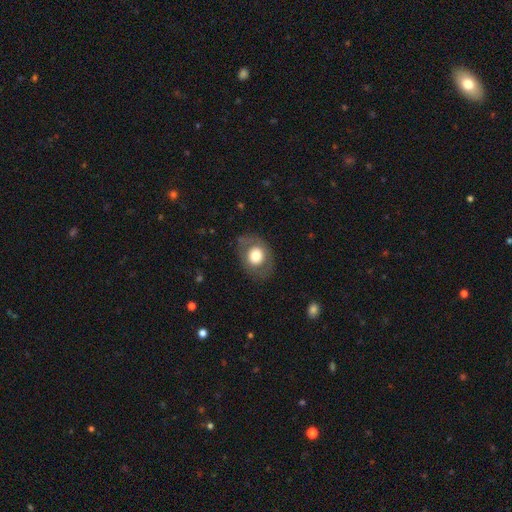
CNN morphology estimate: Q: Smooth or featured?
A: smooth (67%); runner-up: featured or disk (26%)
Q: How rounded?
A: round (51%); runner-up: in between (48%)
Q: Merging?
A: none (76%); runner-up: minor disturbance (15%)